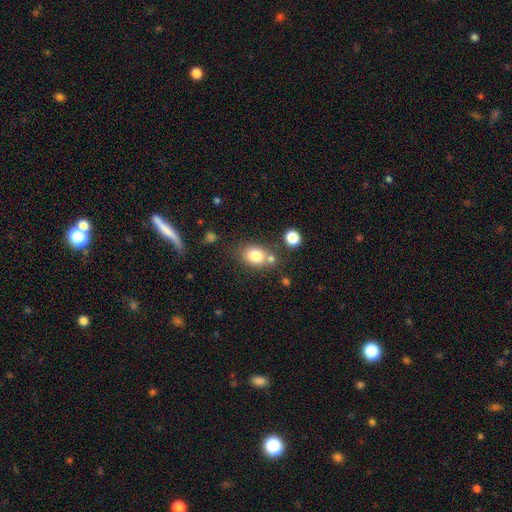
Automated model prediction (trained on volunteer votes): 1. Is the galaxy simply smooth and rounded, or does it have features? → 79% smooth, 10% star or artifact, 10% featured or disk.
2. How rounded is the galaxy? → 58% in between, 40% round, 1% cigar-shaped.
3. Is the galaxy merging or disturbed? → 62% none, 20% merger, 14% minor disturbance, 5% major disturbance.